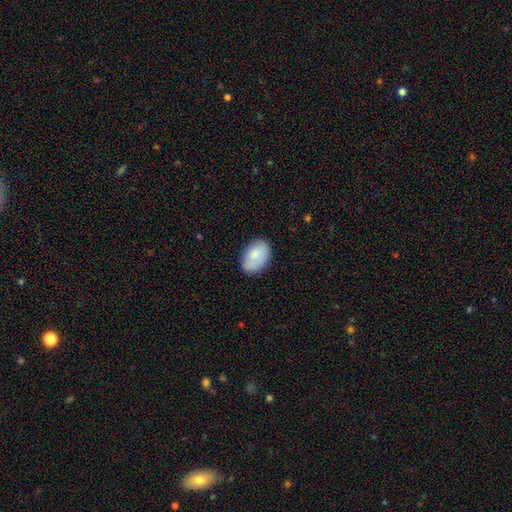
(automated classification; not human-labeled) The model was most divided on "merging": none: 76%, minor disturbance: 18%, major disturbance: 4%, merger: 2%. More confident: how rounded — in between (87%); smooth or featured — smooth (81%).